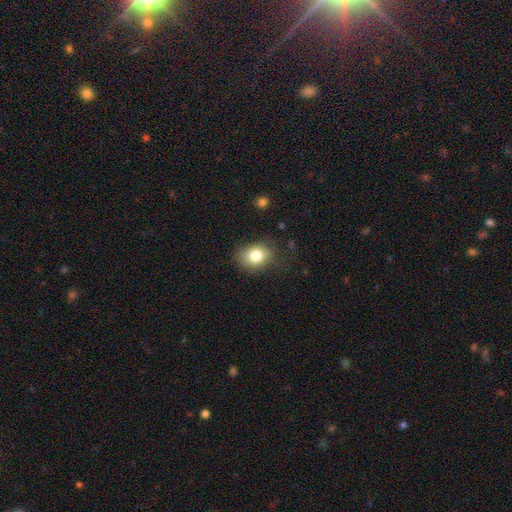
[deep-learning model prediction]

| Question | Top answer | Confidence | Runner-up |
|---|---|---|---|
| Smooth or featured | smooth | 80% | featured or disk (10%) |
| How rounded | in between | 56% | round (43%) |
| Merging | none | 71% | minor disturbance (21%) |